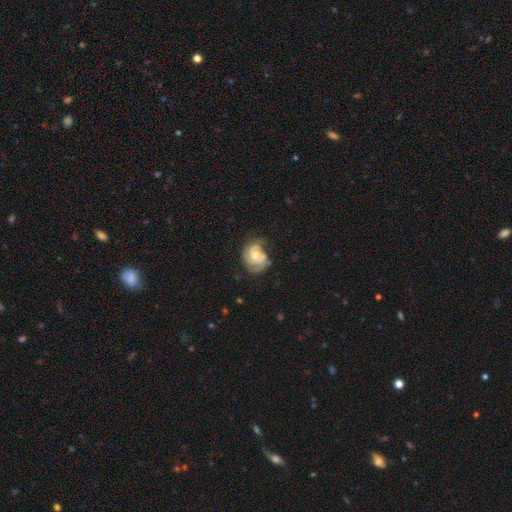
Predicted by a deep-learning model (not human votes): This appears to be a featured or disk galaxy (63%) with no bar (70%), spiral arms (79%) and a moderate central bulge (55%). Merging: none (49%).